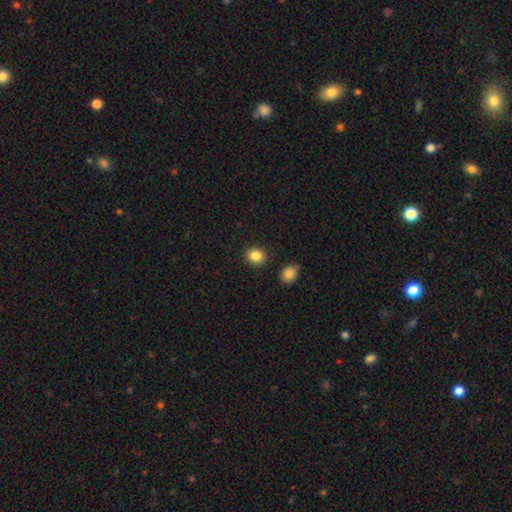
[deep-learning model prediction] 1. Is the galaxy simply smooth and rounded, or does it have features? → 86% smooth, 9% star or artifact, 5% featured or disk.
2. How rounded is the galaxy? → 72% round, 28% in between, 1% cigar-shaped.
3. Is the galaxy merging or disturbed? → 88% none, 7% minor disturbance, 3% merger, 2% major disturbance.